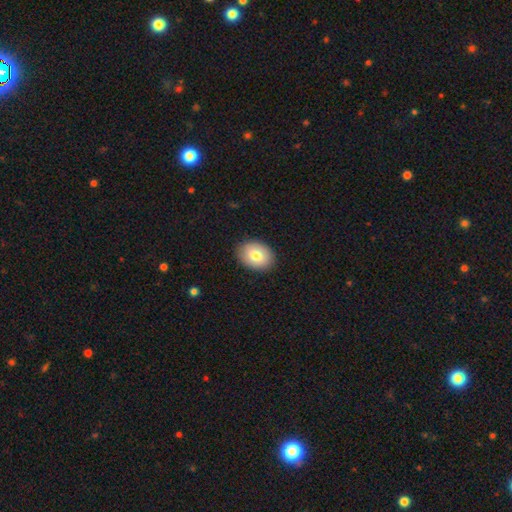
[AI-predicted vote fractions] smooth 78%, featured or disk 15%, star or artifact 7%. Down the decision tree: how rounded — in between (71%); merging — none (89%).